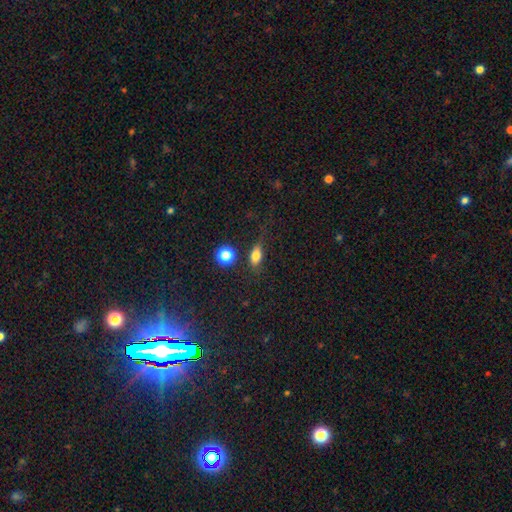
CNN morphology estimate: smooth_or_featured: smooth (p=0.77) [alt: star or artifact p=0.12]
how_rounded: in between (p=0.71) [alt: round p=0.19]
merging: none (p=0.69) [alt: minor disturbance p=0.18]